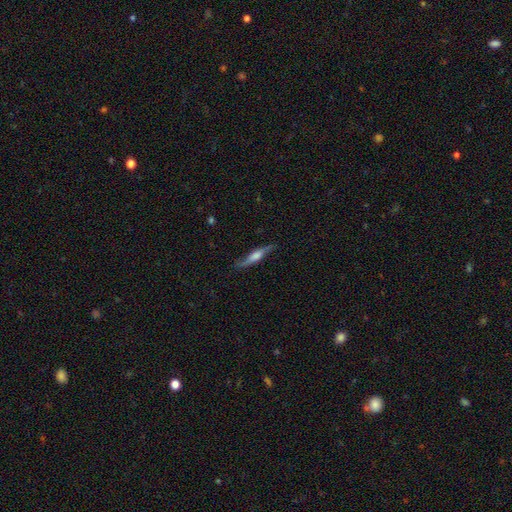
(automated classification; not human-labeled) This is likely a featured or disk galaxy (64%). It is clearly viewed edge-on (82%). Edge-on bulge: likely rounded (69%). Merging: likely none (78%).